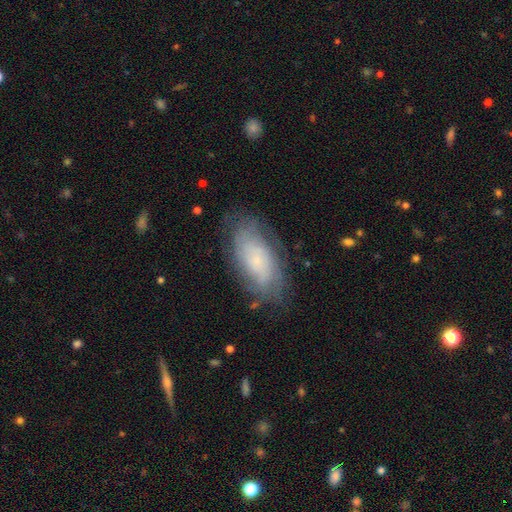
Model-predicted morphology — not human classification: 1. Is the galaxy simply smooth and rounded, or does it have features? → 50% featured or disk, 40% smooth, 10% star or artifact.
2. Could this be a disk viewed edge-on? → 90% no, 10% yes.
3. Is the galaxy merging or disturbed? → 75% none, 17% minor disturbance, 7% major disturbance, 1% merger.